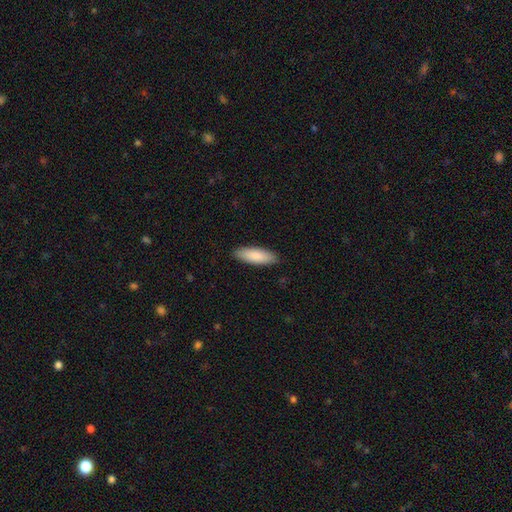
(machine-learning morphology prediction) smooth-or-featured: smooth: 88% | featured or disk: 7% | star or artifact: 5%
  how-rounded: in between: 59% | cigar-shaped: 40% | round: 2%
  merging: none: 89% | minor disturbance: 8% | major disturbance: 2% | merger: 1%